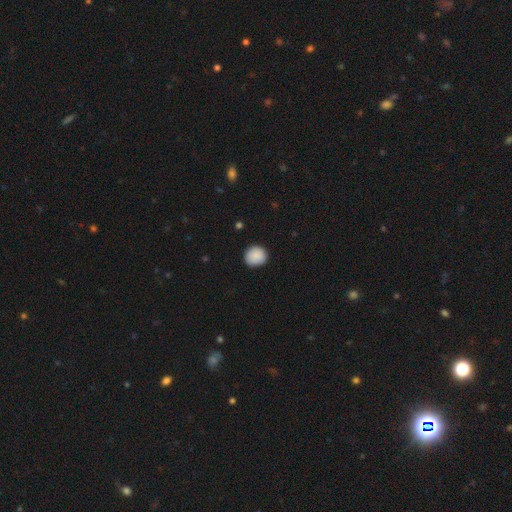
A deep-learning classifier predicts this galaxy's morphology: Smooth or featured?
  - smooth: 89% *
  - star or artifact: 7%
  - featured or disk: 4%
How rounded?
  - round: 89% *
  - in between: 10%
  - cigar-shaped: 1%
Merging?
  - none: 88% *
  - minor disturbance: 10%
  - major disturbance: 2%
  - merger: 1%